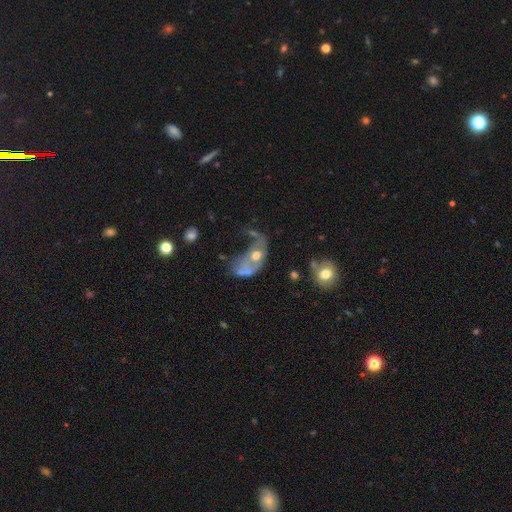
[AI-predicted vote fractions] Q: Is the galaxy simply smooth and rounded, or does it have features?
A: featured or disk — 56%.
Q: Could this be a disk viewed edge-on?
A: no — 95%.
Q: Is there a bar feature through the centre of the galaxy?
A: no — 86%.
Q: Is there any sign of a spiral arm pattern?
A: no — 76%.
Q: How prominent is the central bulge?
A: moderate — 58%.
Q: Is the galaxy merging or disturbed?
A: major disturbance — 41%.